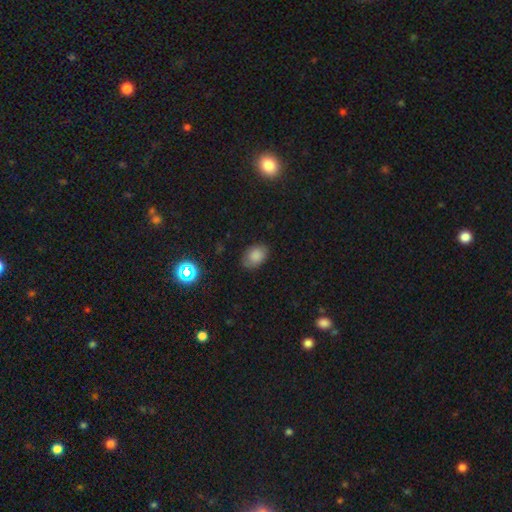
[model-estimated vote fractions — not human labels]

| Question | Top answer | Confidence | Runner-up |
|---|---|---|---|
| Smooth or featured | smooth | 81% | star or artifact (12%) |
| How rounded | in between | 80% | round (19%) |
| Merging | none | 76% | minor disturbance (18%) |